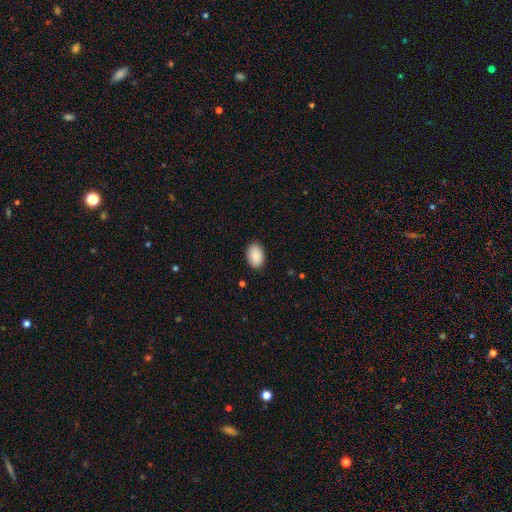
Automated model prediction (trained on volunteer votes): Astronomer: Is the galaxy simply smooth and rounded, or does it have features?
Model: smooth — 90%.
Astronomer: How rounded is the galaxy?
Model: in between — 89%.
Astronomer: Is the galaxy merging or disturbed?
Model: none — 88%.